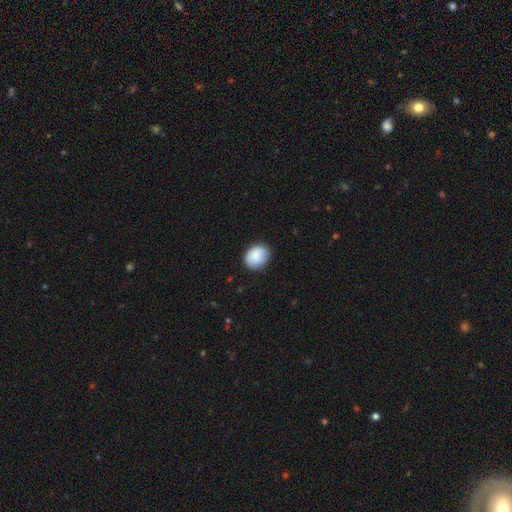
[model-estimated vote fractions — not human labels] smooth 88%, star or artifact 7%, featured or disk 5%. Down the decision tree: how rounded — round (52%); merging — none (84%).